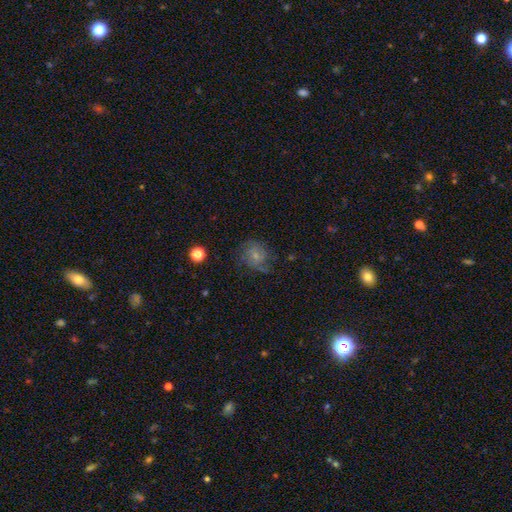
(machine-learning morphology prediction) A smooth galaxy with no disk features (52%) that is round (71%). Merging: none (60%).